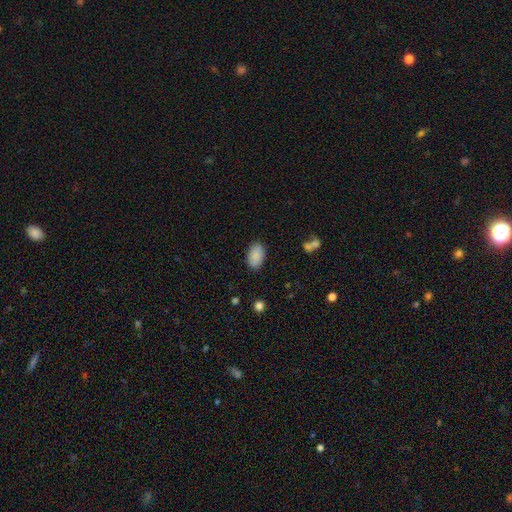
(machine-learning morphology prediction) This is clearly a smooth galaxy (89%). How rounded: clearly in between (92%). Merging: clearly none (86%).